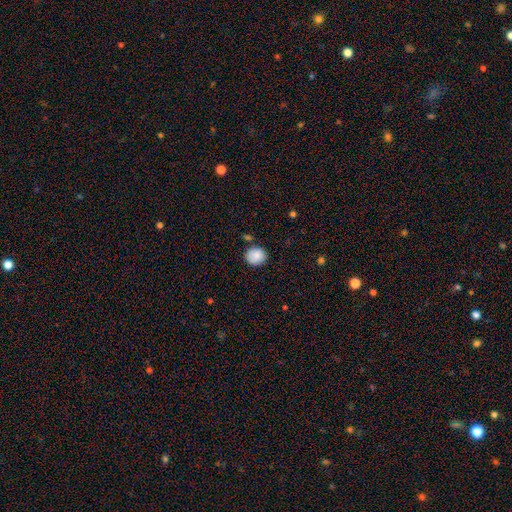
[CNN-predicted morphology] Q: Smooth or featured?
A: smooth (85%); runner-up: star or artifact (8%)
Q: How rounded?
A: round (75%); runner-up: in between (24%)
Q: Merging?
A: none (80%); runner-up: minor disturbance (13%)